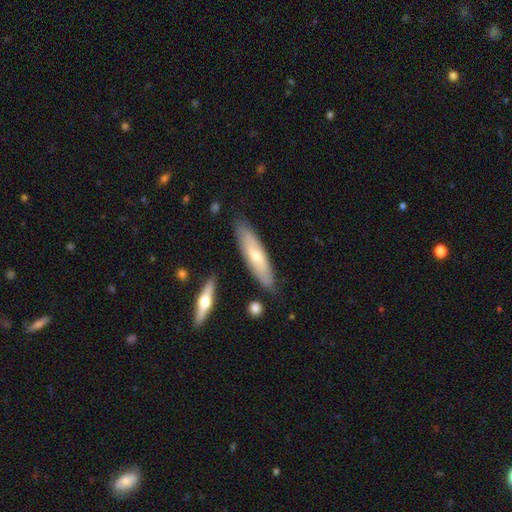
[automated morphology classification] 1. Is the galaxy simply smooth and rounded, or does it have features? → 50% smooth, 43% featured or disk, 6% star or artifact.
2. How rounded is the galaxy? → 69% cigar-shaped, 29% in between, 1% round.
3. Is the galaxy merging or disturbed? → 81% none, 14% minor disturbance, 3% merger, 2% major disturbance.